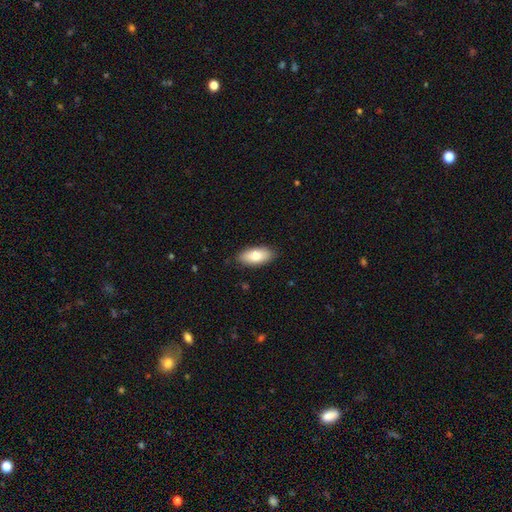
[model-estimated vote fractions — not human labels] Smooth or featured? smooth (79%)
How rounded? in between (90%)
Merging? none (87%)